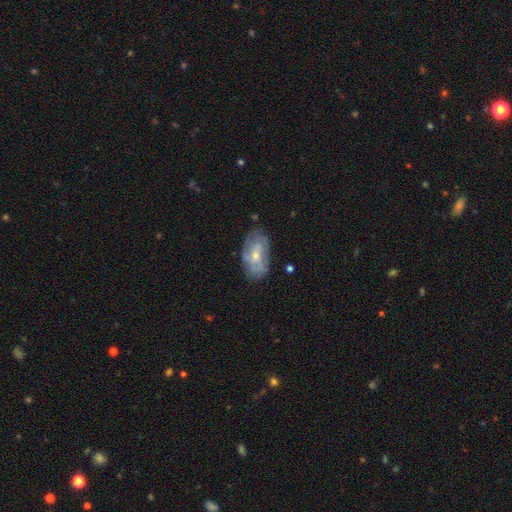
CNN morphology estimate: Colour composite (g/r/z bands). It shows a featured or disk galaxy (63%) with no bar (67%), spiral arms (64%) and a small central bulge (54%). Merging: none (65%).